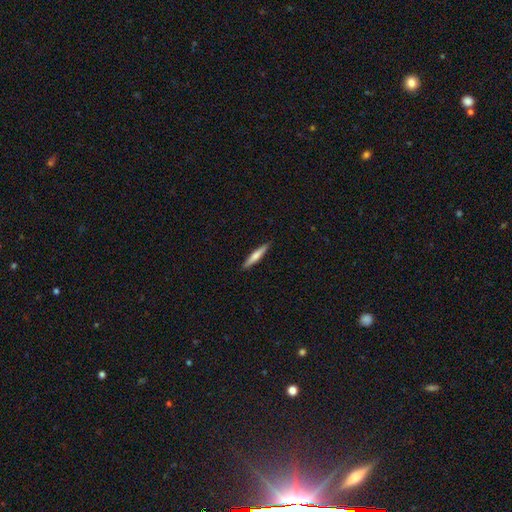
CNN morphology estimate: A smooth galaxy with no disk features (63%) that is cigar-shaped (92%). Merging: none (90%).